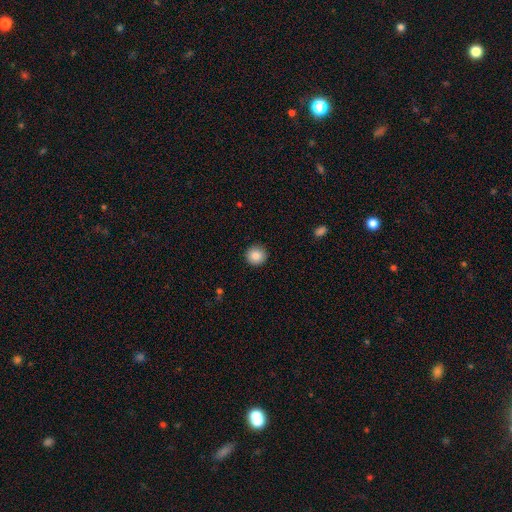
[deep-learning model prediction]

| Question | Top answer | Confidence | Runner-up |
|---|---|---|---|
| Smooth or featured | smooth | 87% | star or artifact (9%) |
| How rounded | round | 94% | in between (5%) |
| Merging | none | 91% | minor disturbance (6%) |